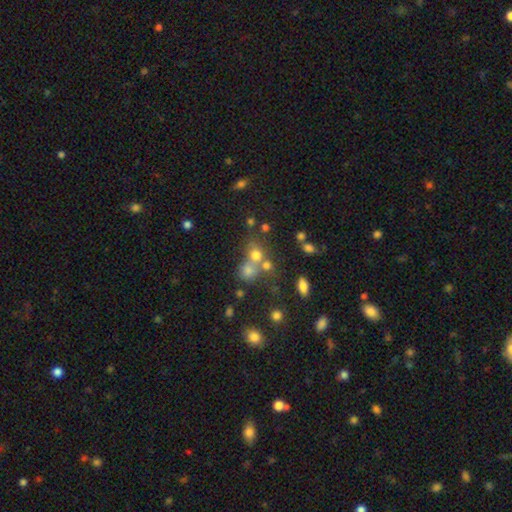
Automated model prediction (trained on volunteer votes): A smooth galaxy with no disk features (66%) that is round (74%).

Vote fractions:
- Smooth or featured? smooth: 66% / star or artifact: 19% / featured or disk: 14%
- How rounded? round: 74% / in between: 25% / cigar-shaped: 1%
- Merging? merger: 44% / none: 41% / minor disturbance: 9% / major disturbance: 6%